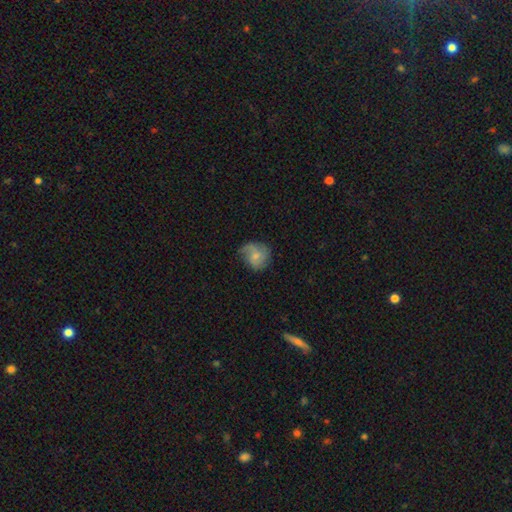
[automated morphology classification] A smooth galaxy with no disk features (49%).

Vote fractions:
- Smooth or featured? smooth: 49% / featured or disk: 44% / star or artifact: 7%
- Merging? none: 52% / minor disturbance: 30% / major disturbance: 16% / merger: 2%